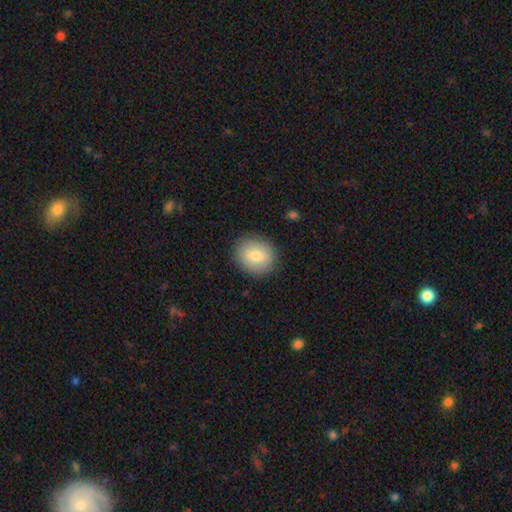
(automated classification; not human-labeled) Smooth or featured? smooth (78%)
How rounded? round (66%)
Merging? none (87%)